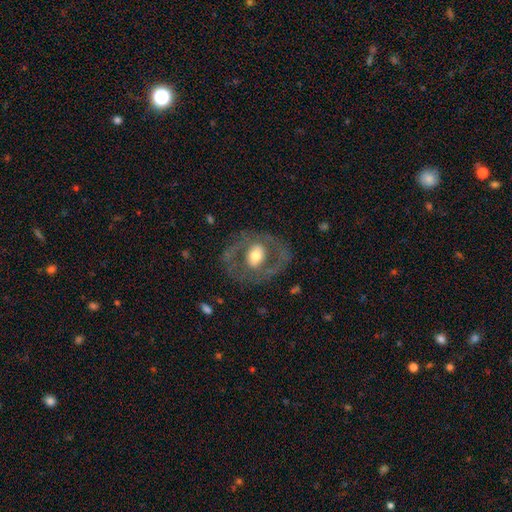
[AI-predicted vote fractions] Smooth or featured? featured or disk (61%)
Edge-on disk? no (94%)
Bar? no (53%)
Spiral arms? no (70%)
Bulge size? moderate (60%)
Merging? none (71%)